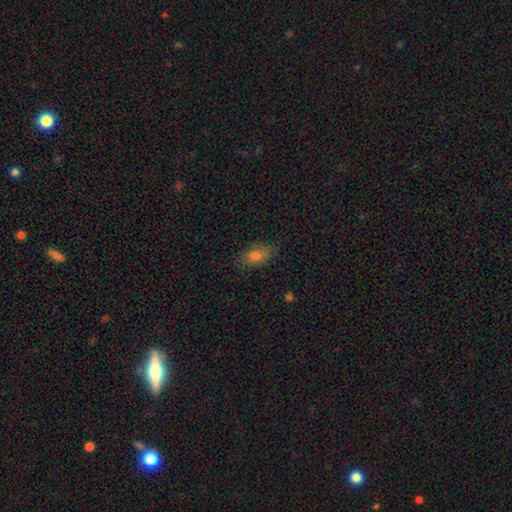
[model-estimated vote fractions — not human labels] Q: Smooth or featured?
A: smooth (77%); runner-up: featured or disk (14%)
Q: How rounded?
A: in between (88%); runner-up: round (7%)
Q: Merging?
A: none (77%); runner-up: minor disturbance (18%)